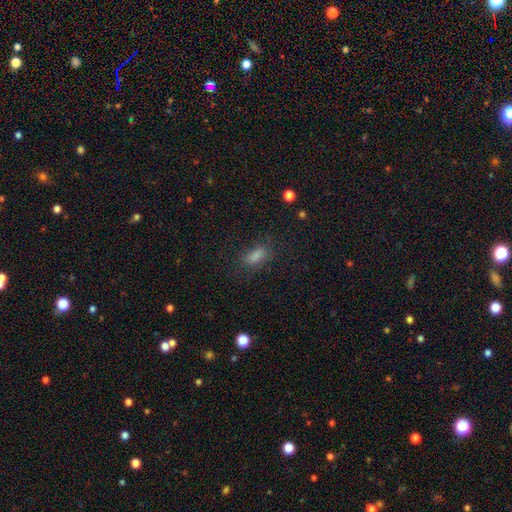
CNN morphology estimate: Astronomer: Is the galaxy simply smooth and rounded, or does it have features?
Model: smooth — 74%.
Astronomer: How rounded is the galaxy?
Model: in between — 78%.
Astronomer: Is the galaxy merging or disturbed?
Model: none — 78%.